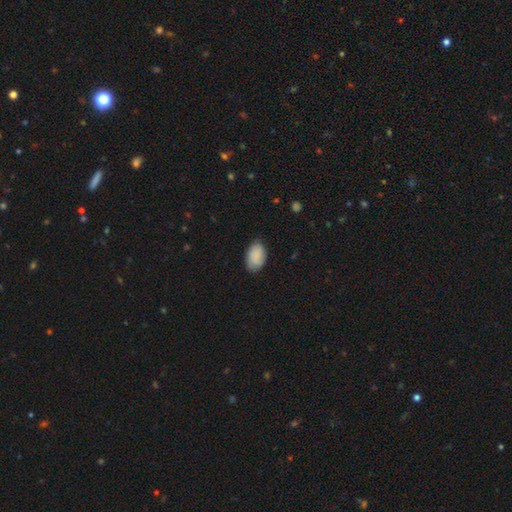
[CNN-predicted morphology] This appears to be a smooth galaxy with no disk features (88%) that is in between round and cigar-shaped (92%). Merging: none (79%).